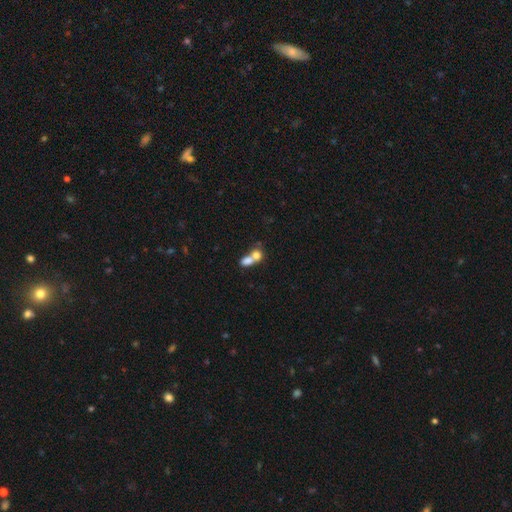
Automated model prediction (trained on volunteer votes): Q: Smooth or featured?
A: smooth (73%); runner-up: featured or disk (17%)
Q: How rounded?
A: in between (53%); runner-up: round (44%)
Q: Merging?
A: merger (71%); runner-up: none (19%)